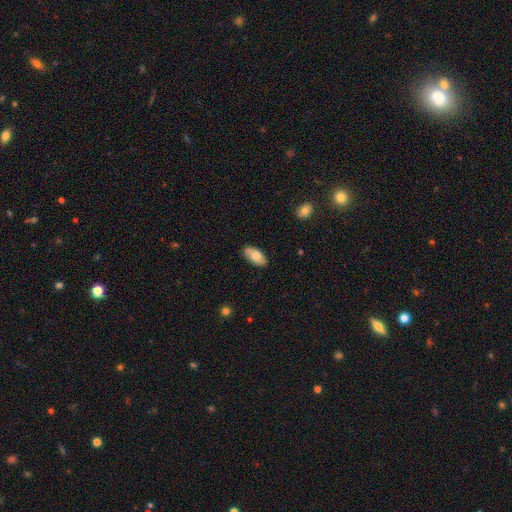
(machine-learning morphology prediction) This appears to be a smooth galaxy with no disk features (70%) that is in between round and cigar-shaped (93%). Merging: none (81%).